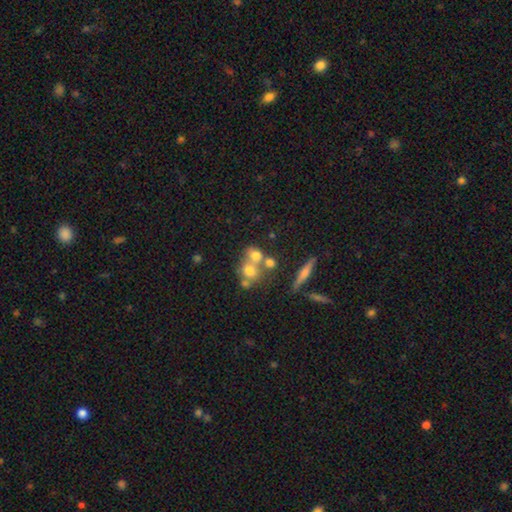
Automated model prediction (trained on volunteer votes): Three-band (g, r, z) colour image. It shows a smooth galaxy with no disk features (61%) that is round (60%). Merging: merger (49%).